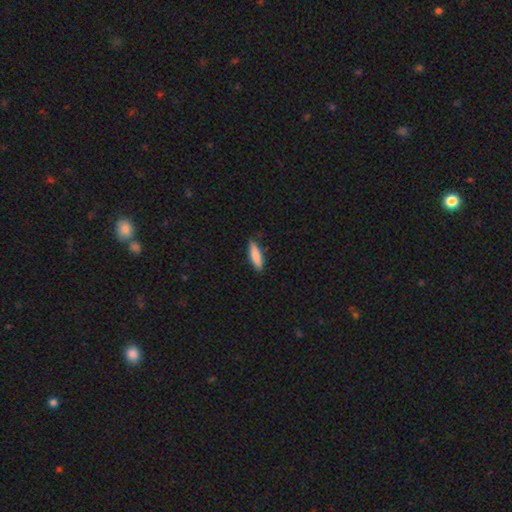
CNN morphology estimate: A smooth galaxy with no disk features (84%) that is cigar-shaped (62%). Merging: none (84%).